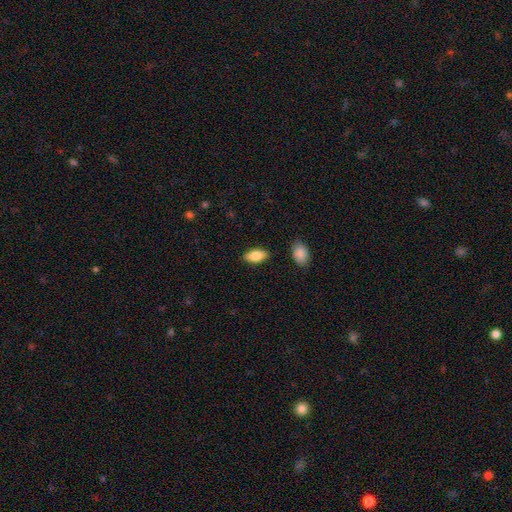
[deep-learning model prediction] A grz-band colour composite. It shows a smooth galaxy with no disk features (83%) that is in between round and cigar-shaped (91%). Merging: none (87%).